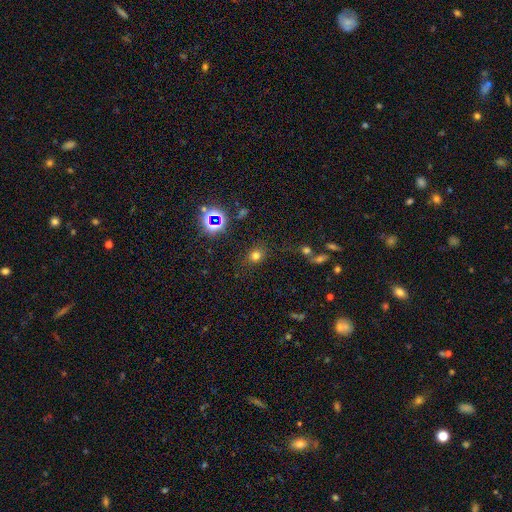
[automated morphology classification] Smooth or featured?
  - smooth: 71% *
  - star or artifact: 22%
  - featured or disk: 8%
How rounded?
  - round: 71% *
  - in between: 28%
  - cigar-shaped: 1%
Merging?
  - none: 83% *
  - minor disturbance: 10%
  - major disturbance: 5%
  - merger: 3%